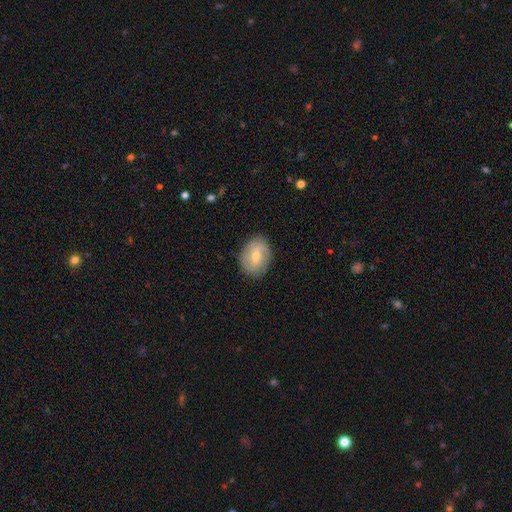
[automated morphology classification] This appears to be a featured or disk galaxy (54%) with a weak bar (48%), spiral arms (62%) and a moderate central bulge (49%). Merging: none (84%).